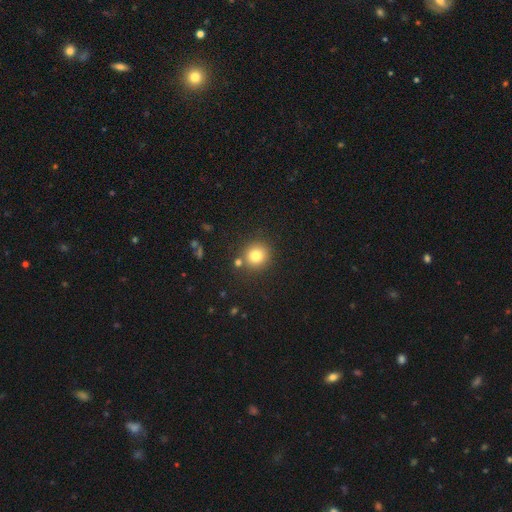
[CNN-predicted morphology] Q: Smooth or featured?
A: smooth (81%); runner-up: star or artifact (12%)
Q: How rounded?
A: round (90%); runner-up: in between (9%)
Q: Merging?
A: none (79%); runner-up: merger (9%)